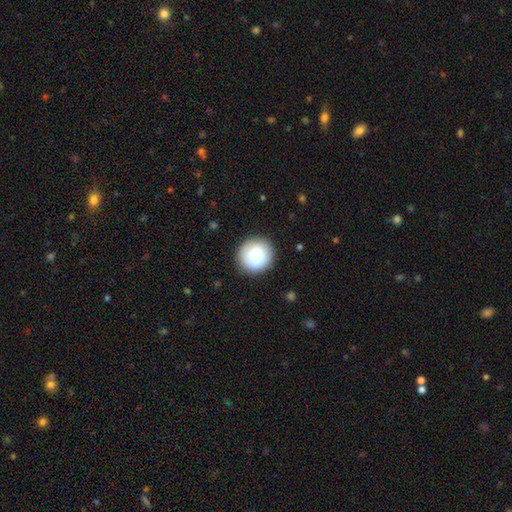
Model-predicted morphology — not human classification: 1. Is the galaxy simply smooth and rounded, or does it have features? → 83% smooth, 10% featured or disk, 7% star or artifact.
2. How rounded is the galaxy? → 93% round, 6% in between, 1% cigar-shaped.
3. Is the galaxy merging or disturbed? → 86% none, 9% minor disturbance, 3% major disturbance, 2% merger.